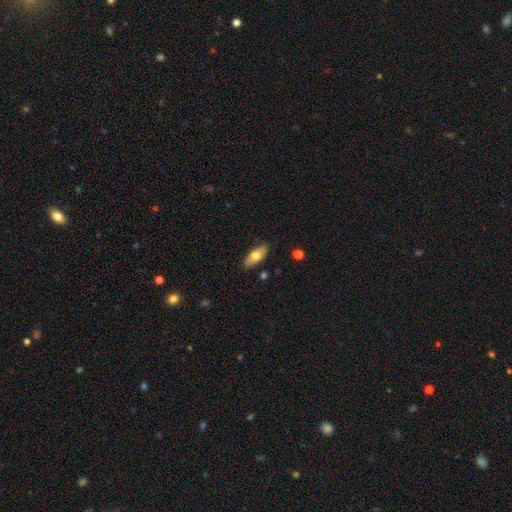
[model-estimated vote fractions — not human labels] This appears to be a smooth galaxy with no disk features (67%) that is in between round and cigar-shaped (78%). Merging: none (84%).